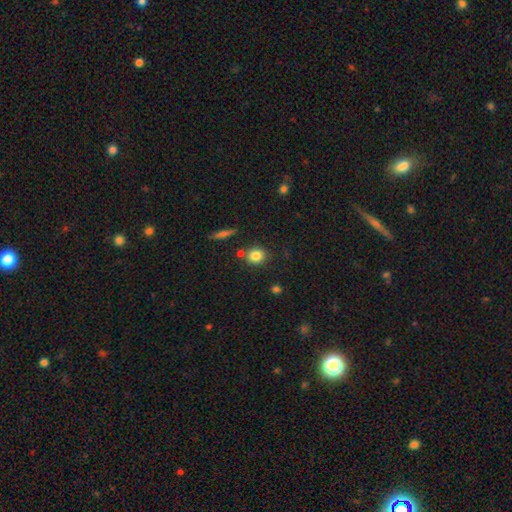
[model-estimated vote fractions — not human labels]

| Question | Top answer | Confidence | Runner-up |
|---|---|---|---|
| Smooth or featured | smooth | 82% | star or artifact (10%) |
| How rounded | round | 72% | in between (26%) |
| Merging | none | 78% | minor disturbance (10%) |